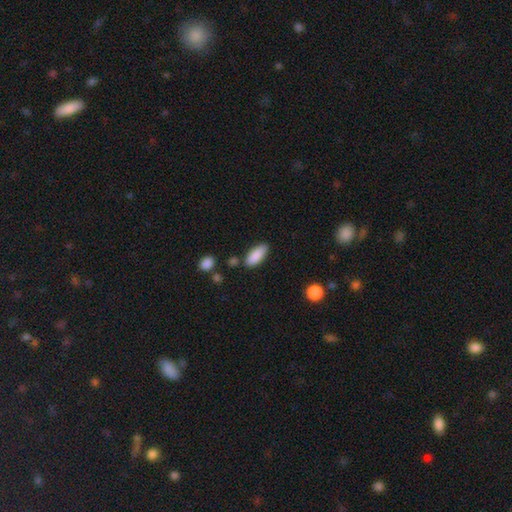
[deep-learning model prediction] smooth 88%, star or artifact 7%, featured or disk 5%. Down the decision tree: how rounded — in between (81%); merging — none (80%).